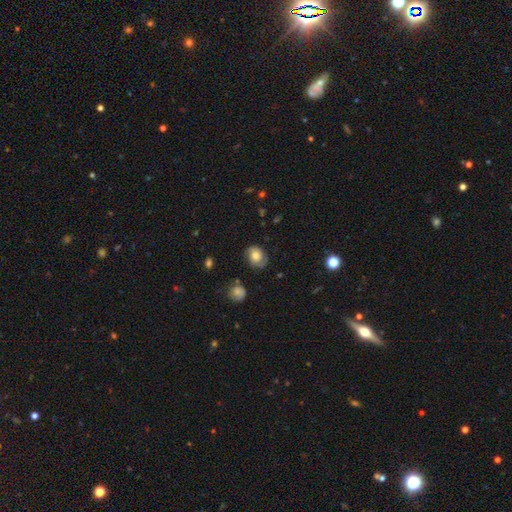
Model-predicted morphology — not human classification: Smooth or featured?
  - smooth: 52% *
  - featured or disk: 38%
  - star or artifact: 10%
How rounded?
  - round: 50% *
  - in between: 49%
  - cigar-shaped: 1%
Merging?
  - none: 66% *
  - minor disturbance: 23%
  - major disturbance: 9%
  - merger: 2%